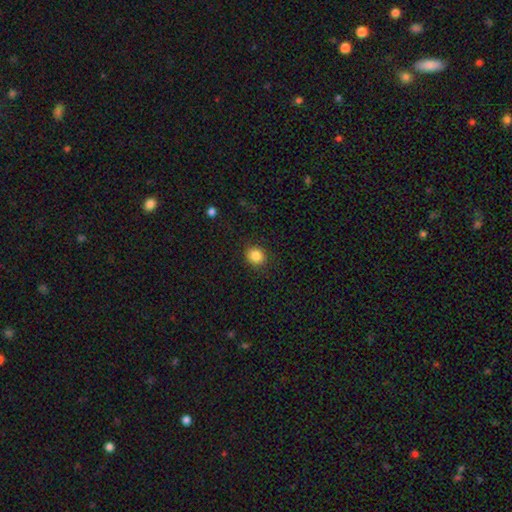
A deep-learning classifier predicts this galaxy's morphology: A smooth galaxy with no disk features (85%) that is round (77%).

Vote fractions:
- Smooth or featured? smooth: 85% / star or artifact: 10% / featured or disk: 5%
- How rounded? round: 77% / in between: 22% / cigar-shaped: 1%
- Merging? none: 89% / minor disturbance: 8% / major disturbance: 3% / merger: 1%